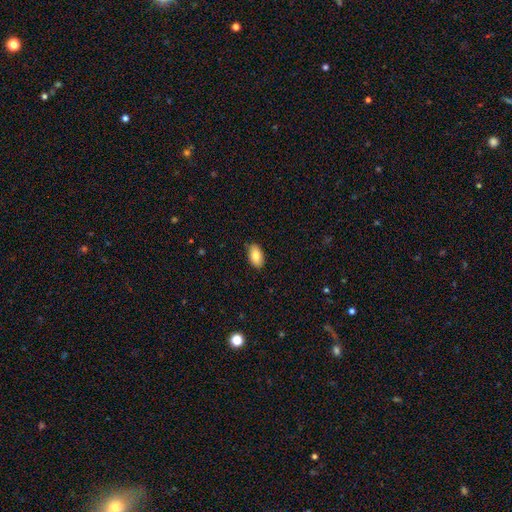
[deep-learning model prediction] smooth-or-featured: smooth: 84% | featured or disk: 9% | star or artifact: 7%
  how-rounded: in between: 93% | round: 5% | cigar-shaped: 2%
  merging: none: 87% | minor disturbance: 10% | major disturbance: 2% | merger: 1%